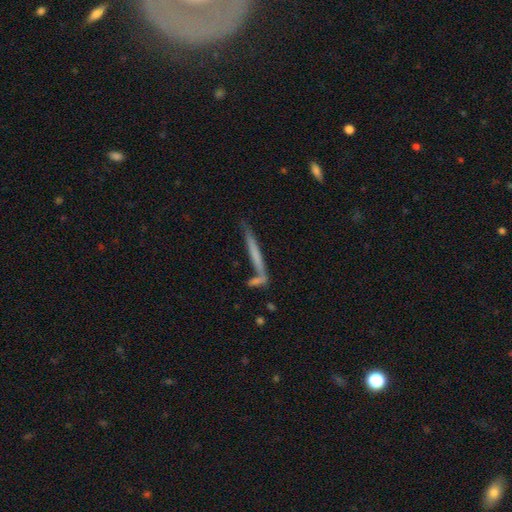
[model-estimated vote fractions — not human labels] A smooth galaxy with no disk features (52%) that is cigar-shaped (95%).

Vote fractions:
- Smooth or featured? smooth: 52% / featured or disk: 40% / star or artifact: 9%
- How rounded? cigar-shaped: 95% / in between: 3% / round: 2%
- Merging? none: 60% / merger: 19% / minor disturbance: 15% / major disturbance: 6%